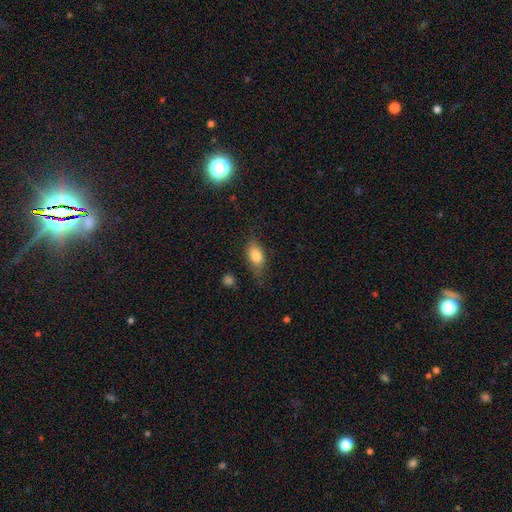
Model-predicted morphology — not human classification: This is likely a smooth galaxy (80%). How rounded: clearly in between (86%). Merging: likely none (61%).